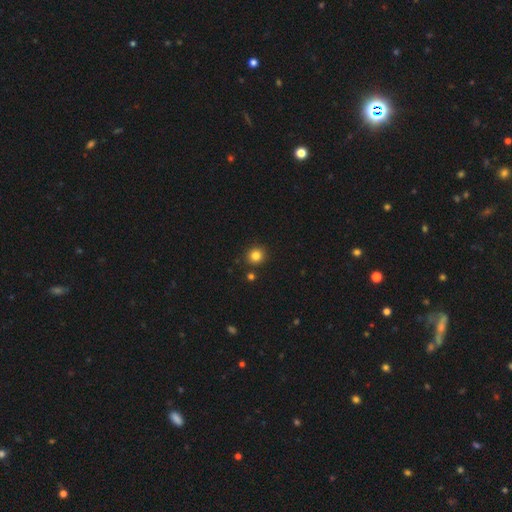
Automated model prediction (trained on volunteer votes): Smooth or featured?
  - smooth: 83% *
  - star or artifact: 13%
  - featured or disk: 5%
How rounded?
  - round: 90% *
  - in between: 9%
  - cigar-shaped: 1%
Merging?
  - none: 89% *
  - minor disturbance: 6%
  - merger: 3%
  - major disturbance: 2%